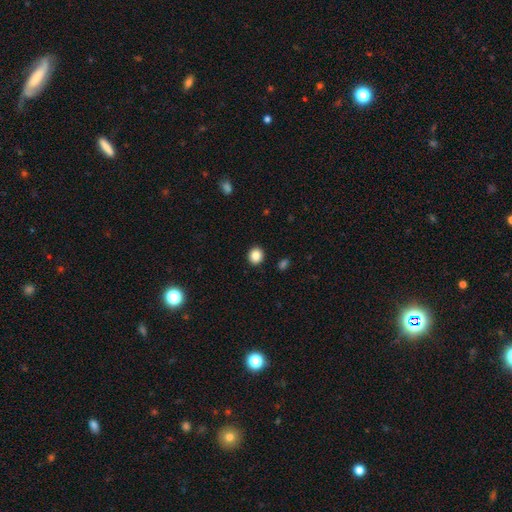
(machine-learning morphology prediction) The model was most divided on "how rounded": round: 79%, in between: 21%, cigar-shaped: 1%. More confident: merging — none (92%); smooth or featured — smooth (86%).